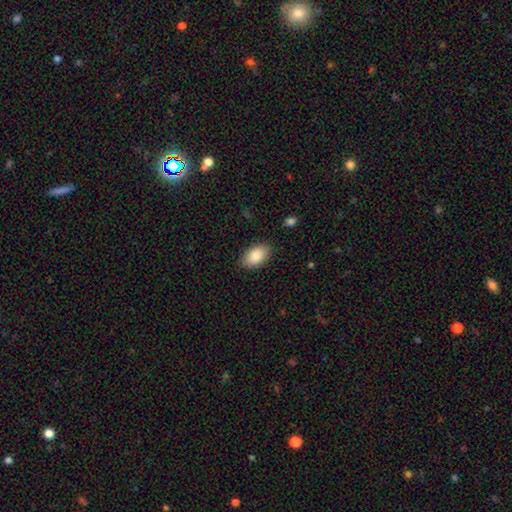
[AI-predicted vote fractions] Smooth or featured? smooth (86%)
How rounded? in between (94%)
Merging? none (86%)